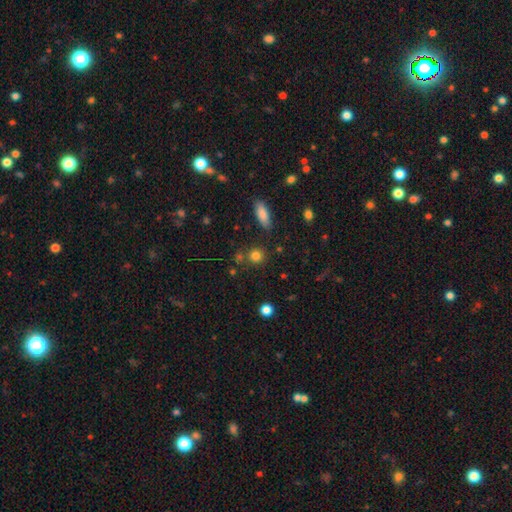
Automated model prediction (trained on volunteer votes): Smooth or featured? Predicted: smooth (p=0.81). How rounded? Predicted: round (p=0.87). Merging? Predicted: none (p=0.78).